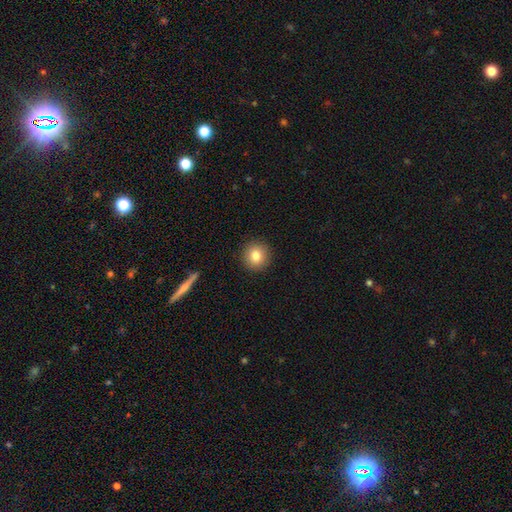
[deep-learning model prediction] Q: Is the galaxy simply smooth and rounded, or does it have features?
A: smooth — 82%.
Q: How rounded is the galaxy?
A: round — 92%.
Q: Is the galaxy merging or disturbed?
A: none — 91%.